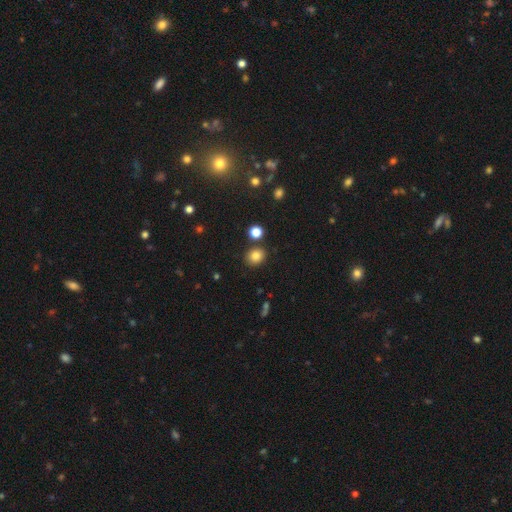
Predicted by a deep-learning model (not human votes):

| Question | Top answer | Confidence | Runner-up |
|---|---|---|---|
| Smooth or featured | smooth | 83% | star or artifact (12%) |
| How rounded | round | 73% | in between (26%) |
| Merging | none | 84% | minor disturbance (8%) |